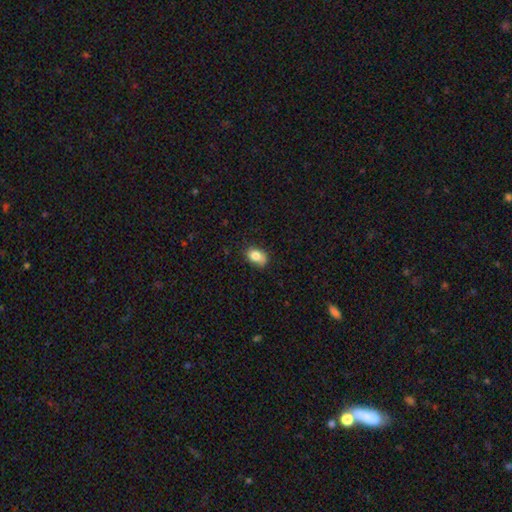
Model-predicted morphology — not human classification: Q: Smooth or featured?
A: smooth (81%); runner-up: featured or disk (10%)
Q: How rounded?
A: in between (74%); runner-up: round (25%)
Q: Merging?
A: none (63%); runner-up: minor disturbance (28%)